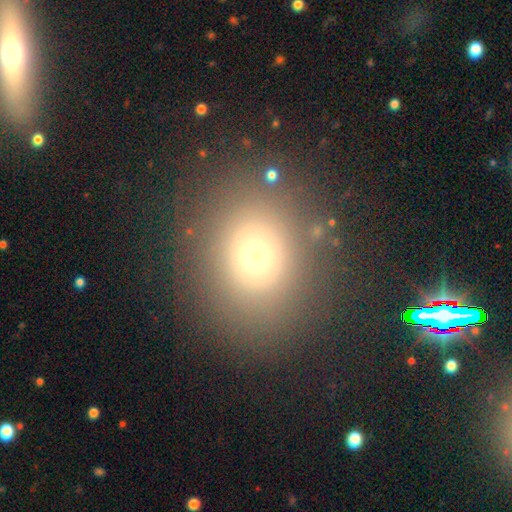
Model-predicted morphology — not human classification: Smooth or featured?
  - smooth: 66% *
  - star or artifact: 19%
  - featured or disk: 15%
How rounded?
  - round: 70% *
  - in between: 29%
  - cigar-shaped: 1%
Merging?
  - none: 82% *
  - minor disturbance: 9%
  - major disturbance: 6%
  - merger: 2%